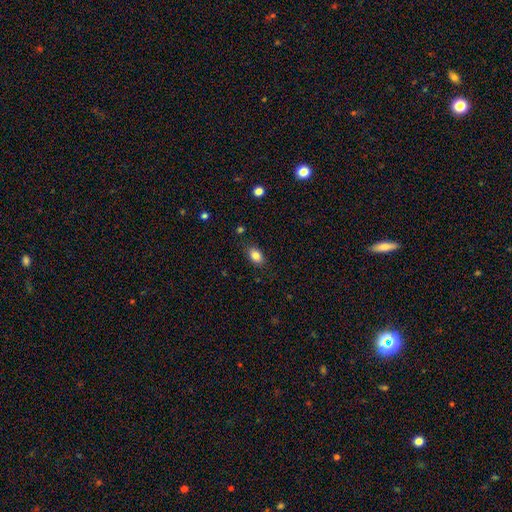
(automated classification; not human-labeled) Smooth or featured? Predicted: smooth (p=0.84). How rounded? Predicted: in between (p=0.84). Merging? Predicted: none (p=0.85).